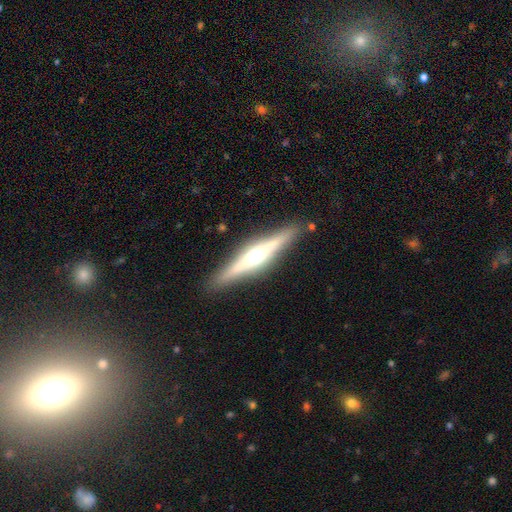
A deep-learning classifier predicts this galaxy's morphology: smooth-or-featured: featured or disk: 71% | smooth: 23% | star or artifact: 6%
  disk-edge-on: yes: 96% | no: 4%
    edge-on-bulge: rounded: 91% | boxy: 5% | none: 3%
  merging: none: 88% | minor disturbance: 8% | major disturbance: 2% | merger: 1%